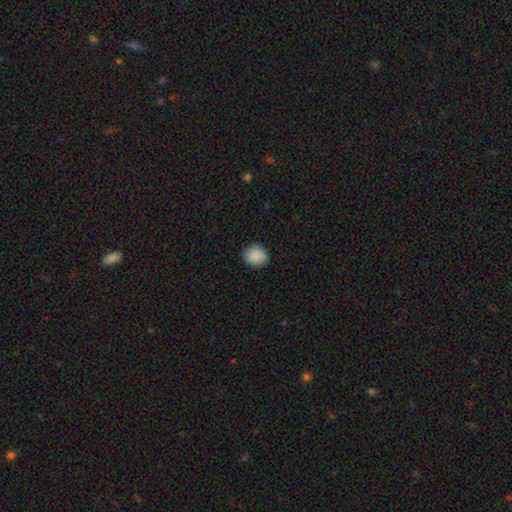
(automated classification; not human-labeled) smooth-or-featured: smooth: 89% | star or artifact: 8% | featured or disk: 3%
  how-rounded: round: 71% | in between: 28% | cigar-shaped: 1%
  merging: none: 87% | minor disturbance: 10% | major disturbance: 2% | merger: 1%